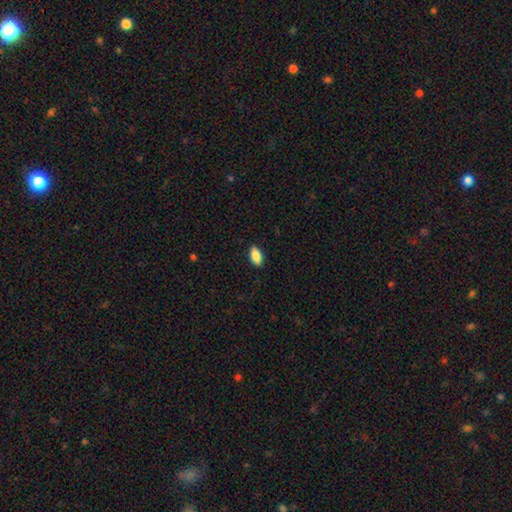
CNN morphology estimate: The model was most divided on "smooth or featured": smooth: 87%, star or artifact: 7%, featured or disk: 6%. More confident: how rounded — in between (90%); merging — none (89%).